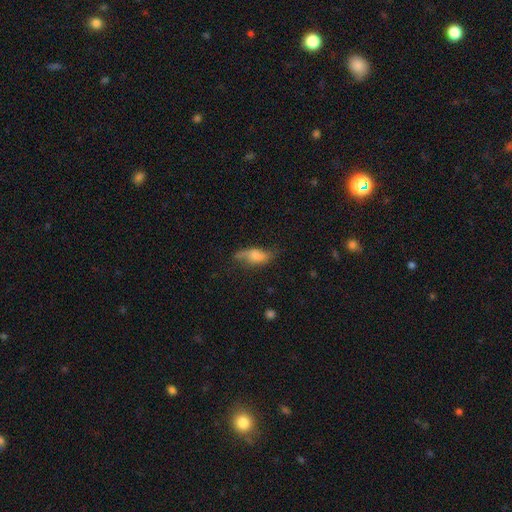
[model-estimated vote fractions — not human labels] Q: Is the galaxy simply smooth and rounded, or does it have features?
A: smooth — 53%.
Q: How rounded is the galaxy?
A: in between — 76%.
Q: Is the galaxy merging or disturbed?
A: none — 46%.